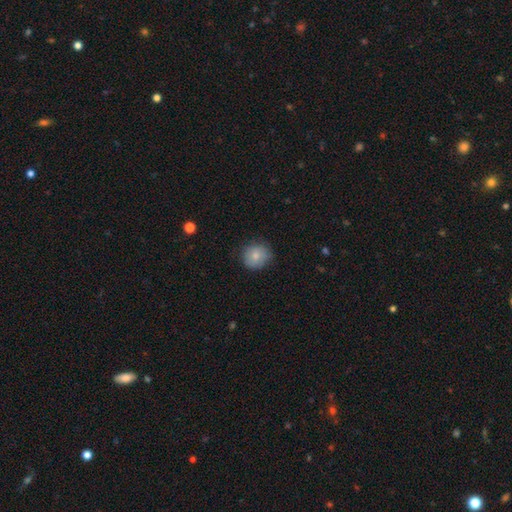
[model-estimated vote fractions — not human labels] This is clearly a smooth galaxy (81%). How rounded: clearly round (85%). Merging: likely none (78%).